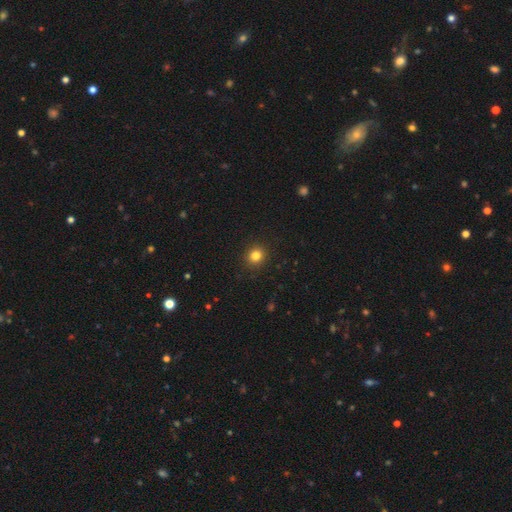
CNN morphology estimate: Smooth or featured? Predicted: smooth (p=0.83). How rounded? Predicted: round (p=0.85). Merging? Predicted: none (p=0.91).